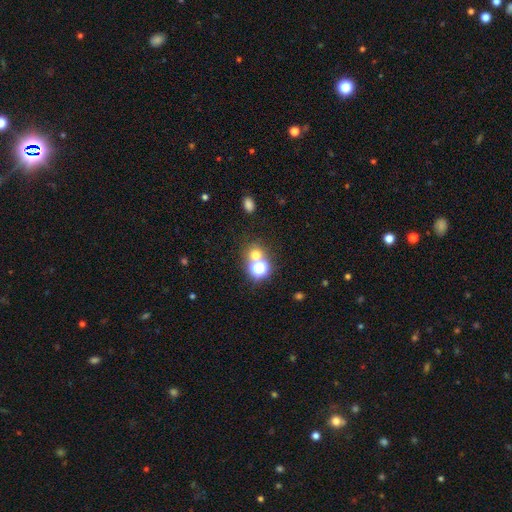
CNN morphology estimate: This appears to be a smooth galaxy with no disk features (59%) that is round (84%). Merging: none (60%).